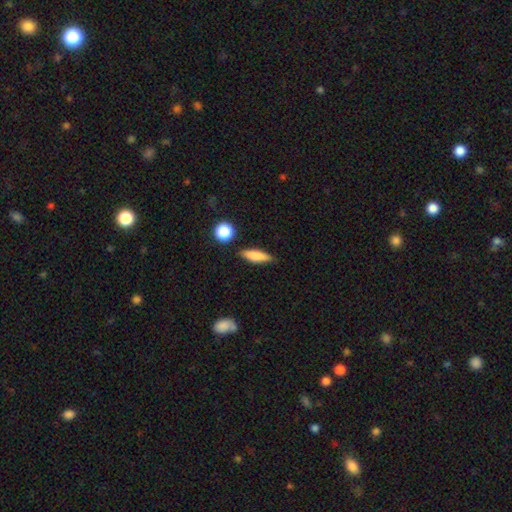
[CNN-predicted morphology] Smooth or featured: smooth — 77% (featured or disk — 15%)
How rounded: cigar-shaped — 57% (in between — 39%)
Merging: none — 82% (minor disturbance — 12%)